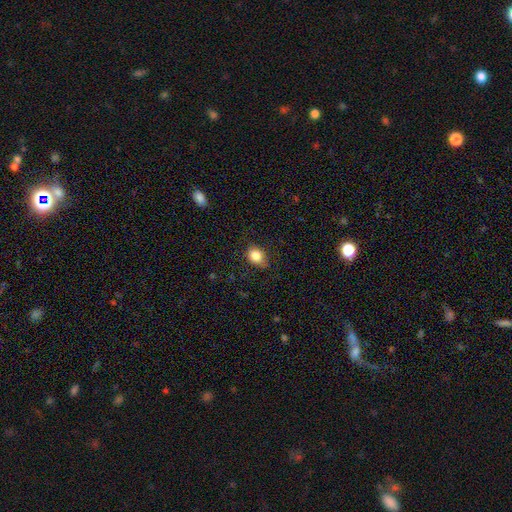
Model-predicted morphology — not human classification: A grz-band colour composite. It shows a smooth galaxy with no disk features (83%) that is round (51%). Merging: none (75%).